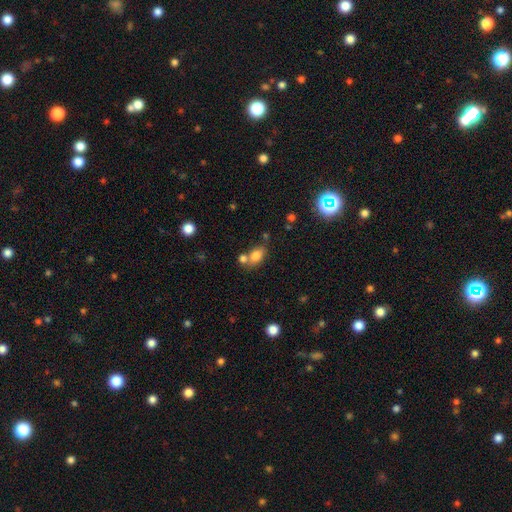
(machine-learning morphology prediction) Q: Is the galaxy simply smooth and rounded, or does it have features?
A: smooth — 80%.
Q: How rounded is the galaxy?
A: in between — 81%.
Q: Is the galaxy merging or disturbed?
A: none — 53%.